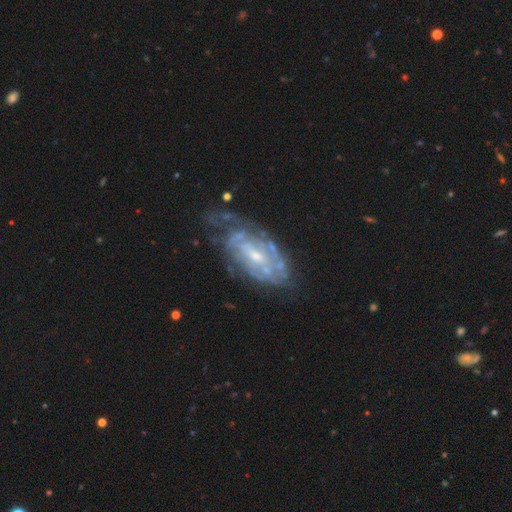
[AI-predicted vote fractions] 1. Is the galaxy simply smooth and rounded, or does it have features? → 81% featured or disk, 12% smooth, 7% star or artifact.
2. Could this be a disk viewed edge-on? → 94% no, 6% yes.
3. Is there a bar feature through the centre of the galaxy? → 49% no, 41% weak, 10% strong.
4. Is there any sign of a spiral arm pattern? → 77% yes, 23% no.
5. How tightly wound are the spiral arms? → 60% tight, 30% medium, 10% loose.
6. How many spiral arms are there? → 59% can't tell, 17% 2, 9% 3, 6% 4, 5% 1, 4% more than 4.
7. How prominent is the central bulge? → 59% small, 34% moderate, 4% none, 2% large, 1% dominant.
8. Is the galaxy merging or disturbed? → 51% none, 27% minor disturbance, 19% major disturbance, 4% merger.